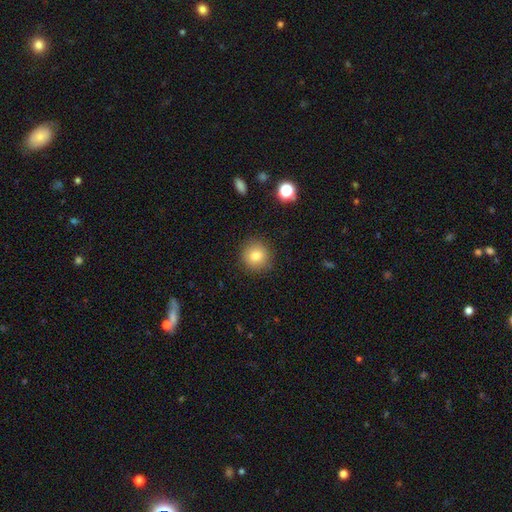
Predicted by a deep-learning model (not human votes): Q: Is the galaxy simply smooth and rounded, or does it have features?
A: smooth — 81%.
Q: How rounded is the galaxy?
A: round — 93%.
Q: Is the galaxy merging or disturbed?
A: none — 90%.